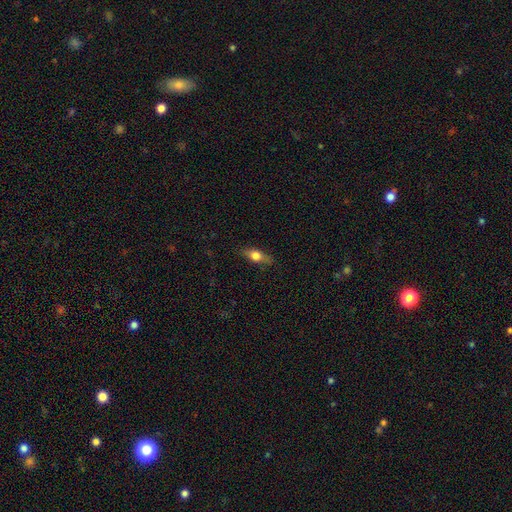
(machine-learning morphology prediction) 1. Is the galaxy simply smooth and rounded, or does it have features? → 62% smooth, 30% featured or disk, 8% star or artifact.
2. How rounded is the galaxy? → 66% in between, 26% cigar-shaped, 8% round.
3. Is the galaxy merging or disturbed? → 80% none, 15% minor disturbance, 4% major disturbance, 1% merger.